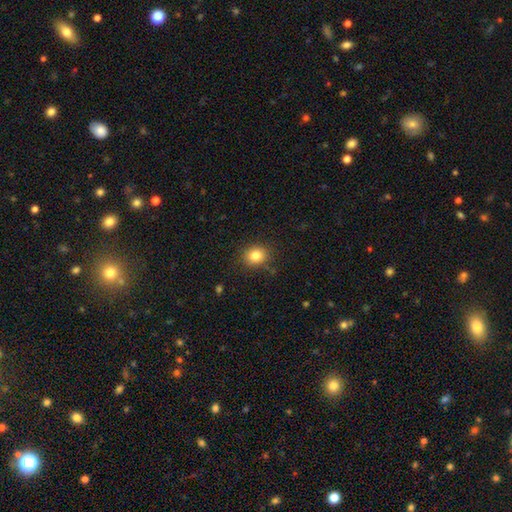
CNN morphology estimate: Smooth or featured?
  - smooth: 82% *
  - star or artifact: 11%
  - featured or disk: 7%
How rounded?
  - round: 72% *
  - in between: 27%
  - cigar-shaped: 1%
Merging?
  - none: 87% *
  - minor disturbance: 9%
  - major disturbance: 3%
  - merger: 1%